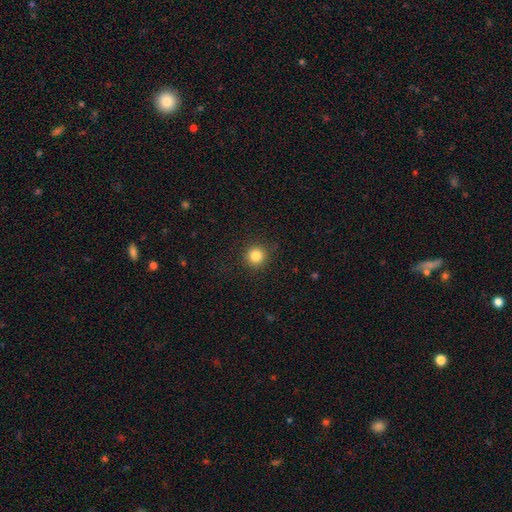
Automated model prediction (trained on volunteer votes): This appears to be a smooth galaxy with no disk features (83%) that is round (94%). Merging: none (89%).